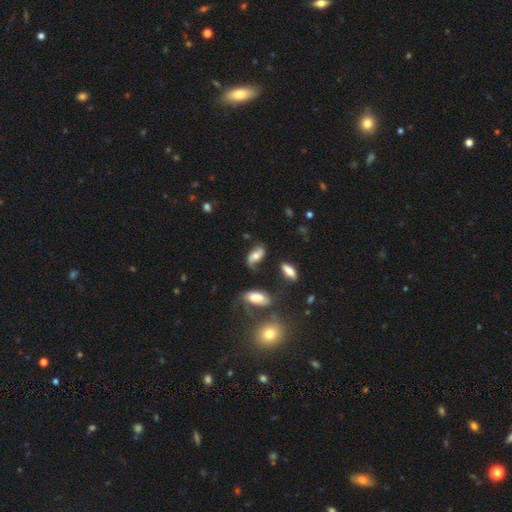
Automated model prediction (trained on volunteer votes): Smooth or featured?
  - featured or disk: 51% *
  - smooth: 39%
  - star or artifact: 11%
Edge-on disk?
  - no: 89% *
  - yes: 11%
Merging?
  - none: 58% *
  - minor disturbance: 23%
  - major disturbance: 13%
  - merger: 6%